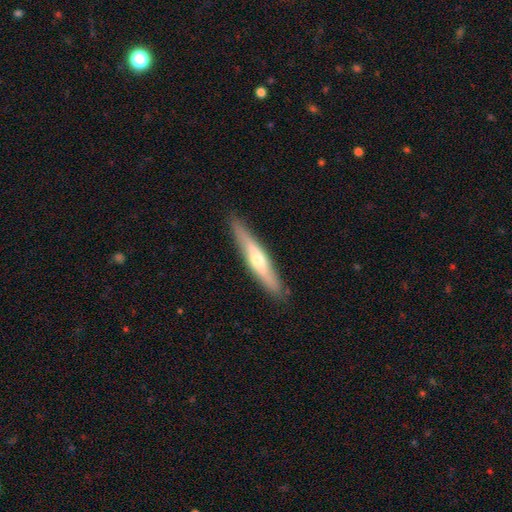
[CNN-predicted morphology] smooth-or-featured: featured or disk: 55% | smooth: 39% | star or artifact: 6%
  disk-edge-on: yes: 84% | no: 16%
  merging: none: 88% | minor disturbance: 9% | major disturbance: 2% | merger: 1%